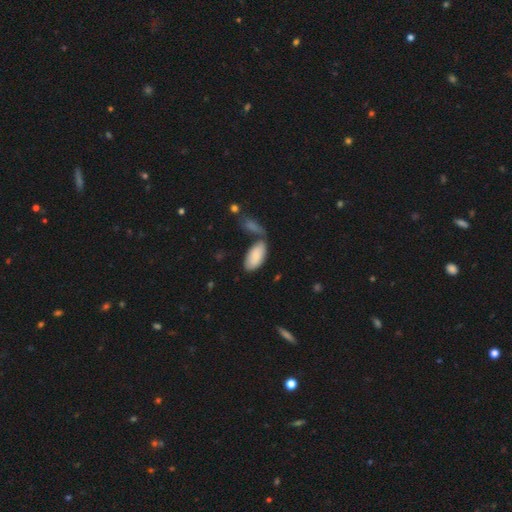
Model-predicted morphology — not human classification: Smooth or featured: smooth — 84% (featured or disk — 10%)
How rounded: in between — 93% (cigar-shaped — 6%)
Merging: none — 50% (merger — 25%)